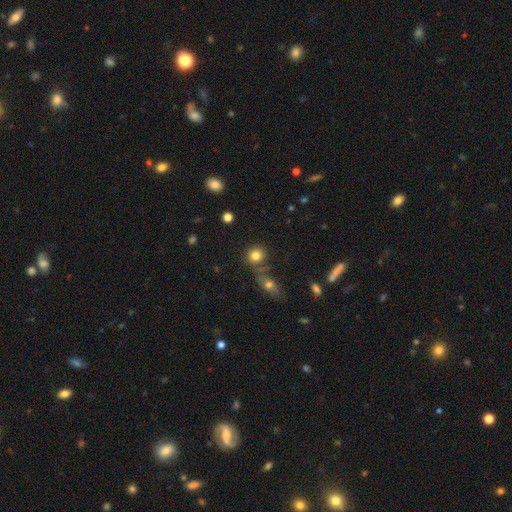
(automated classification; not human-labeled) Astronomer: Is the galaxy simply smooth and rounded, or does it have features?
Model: smooth — 81%.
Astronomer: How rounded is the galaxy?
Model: round — 84%.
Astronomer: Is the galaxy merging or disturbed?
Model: none — 68%.